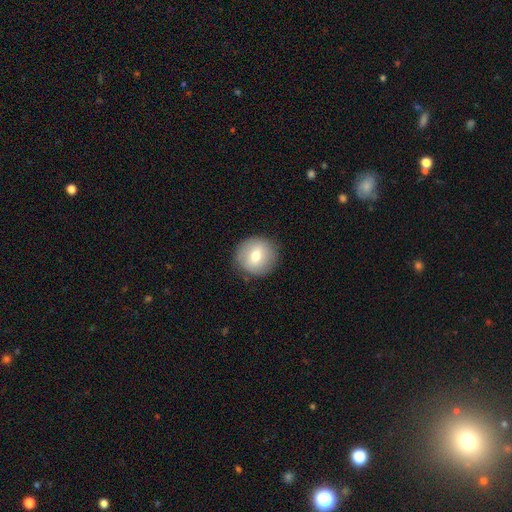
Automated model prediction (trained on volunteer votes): smooth_or_featured: smooth (p=0.70) [alt: featured or disk p=0.22]
how_rounded: round (p=0.92) [alt: in between p=0.07]
merging: none (p=0.87) [alt: minor disturbance p=0.09]